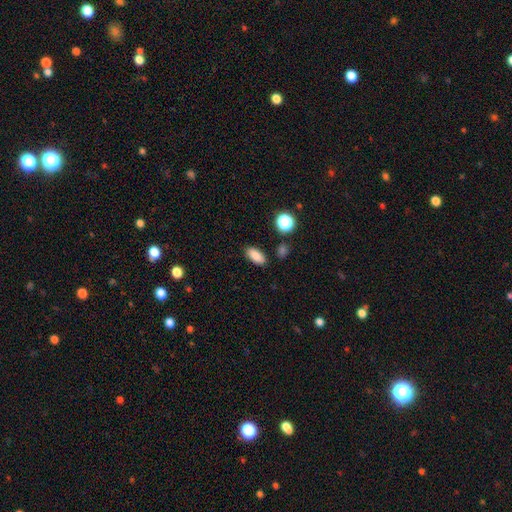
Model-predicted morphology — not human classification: smooth_or_featured: smooth (p=0.85) [alt: star or artifact p=0.10]
how_rounded: in between (p=0.87) [alt: cigar-shaped p=0.08]
merging: none (p=0.87) [alt: minor disturbance p=0.09]